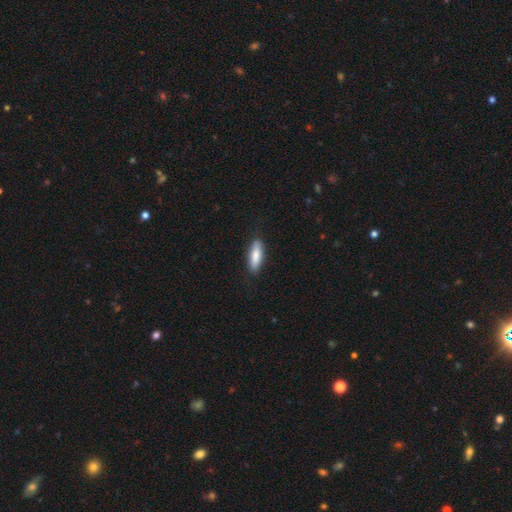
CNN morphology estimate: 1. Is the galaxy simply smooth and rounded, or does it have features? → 81% smooth, 13% featured or disk, 5% star or artifact.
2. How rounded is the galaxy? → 50% cigar-shaped, 48% in between, 2% round.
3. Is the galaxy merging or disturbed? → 86% none, 10% minor disturbance, 2% major disturbance, 1% merger.